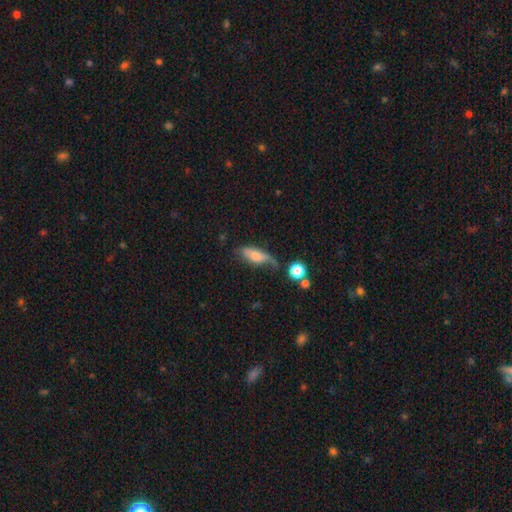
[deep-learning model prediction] The model was most divided on "merging": none: 41%, minor disturbance: 33%, major disturbance: 18%, merger: 7%. More confident: how rounded — in between (71%); smooth or featured — smooth (64%).